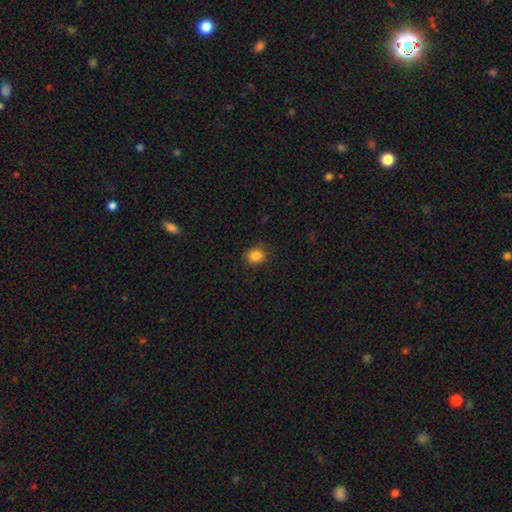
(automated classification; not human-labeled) smooth-or-featured: smooth: 86% | star or artifact: 10% | featured or disk: 4%
  how-rounded: round: 58% | in between: 41% | cigar-shaped: 1%
  merging: none: 88% | minor disturbance: 9% | major disturbance: 2% | merger: 1%